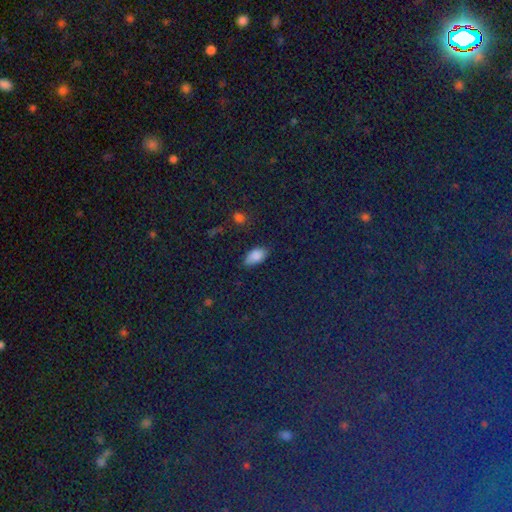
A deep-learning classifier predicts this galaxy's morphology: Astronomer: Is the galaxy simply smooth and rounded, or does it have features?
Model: smooth — 82%.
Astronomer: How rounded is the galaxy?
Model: in between — 91%.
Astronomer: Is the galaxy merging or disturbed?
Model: none — 76%.